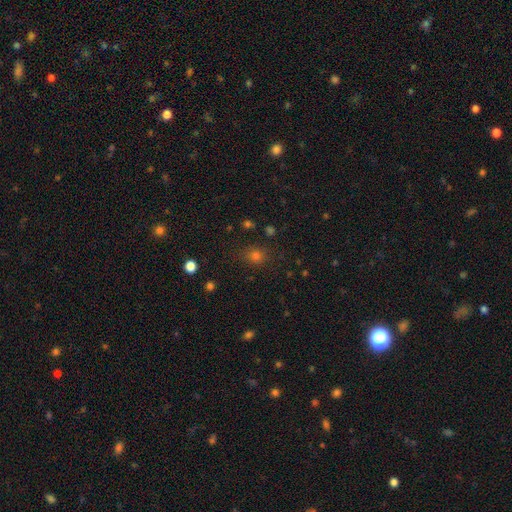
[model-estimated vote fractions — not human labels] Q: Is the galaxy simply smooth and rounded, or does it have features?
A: smooth — 68%.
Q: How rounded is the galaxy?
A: round — 75%.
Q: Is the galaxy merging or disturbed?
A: none — 83%.